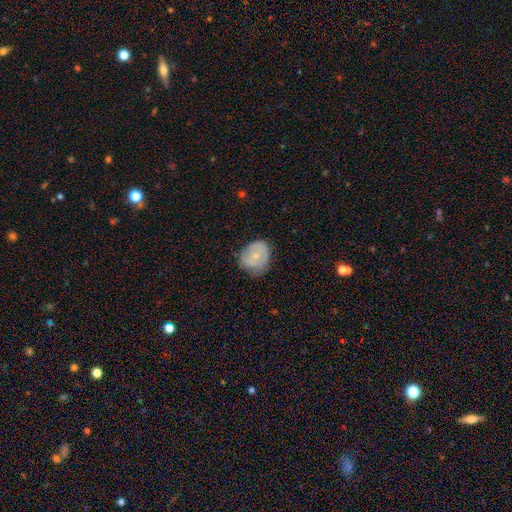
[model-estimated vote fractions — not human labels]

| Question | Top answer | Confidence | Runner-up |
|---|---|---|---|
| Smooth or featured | smooth | 62% | featured or disk (31%) |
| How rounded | round | 59% | in between (40%) |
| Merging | none | 54% | minor disturbance (34%) |